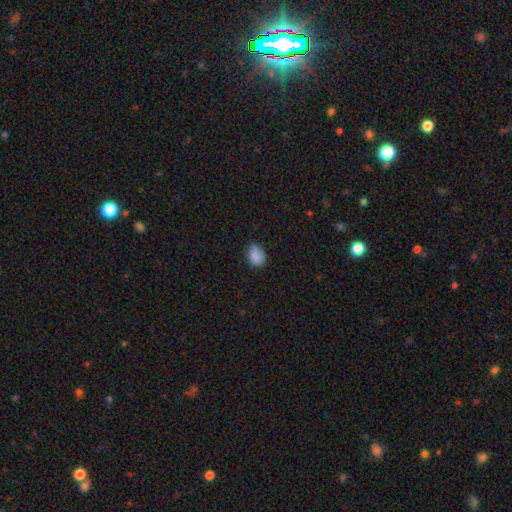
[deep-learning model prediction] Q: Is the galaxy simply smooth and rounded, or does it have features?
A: smooth — 85%.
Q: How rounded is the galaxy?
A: in between — 67%.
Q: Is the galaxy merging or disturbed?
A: none — 70%.